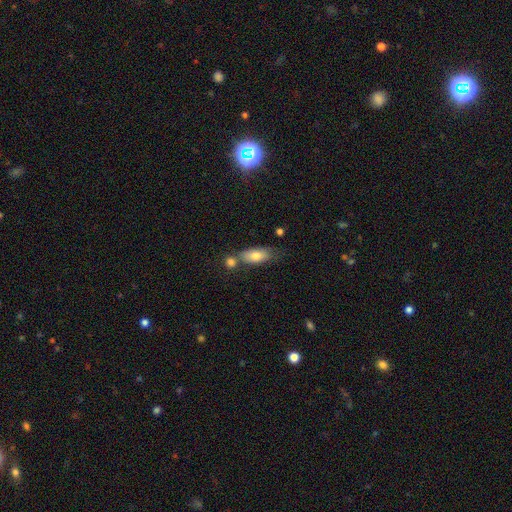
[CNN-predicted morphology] smooth 76%, featured or disk 17%, star or artifact 7%. Down the decision tree: how rounded — in between (81%); merging — none (51%).